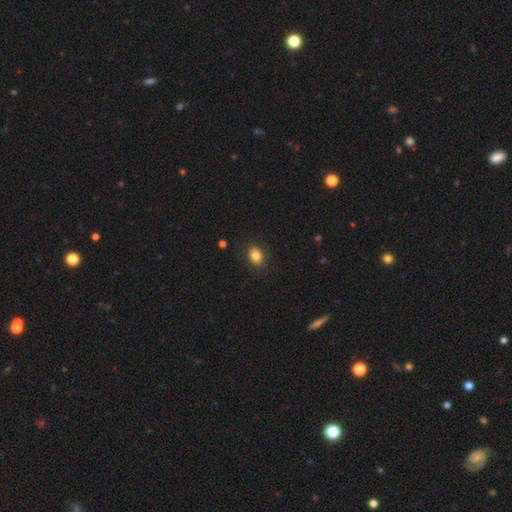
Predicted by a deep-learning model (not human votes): smooth-or-featured: smooth: 84% | star or artifact: 10% | featured or disk: 7%
  how-rounded: in between: 66% | round: 32% | cigar-shaped: 1%
  merging: none: 87% | minor disturbance: 9% | major disturbance: 3% | merger: 1%